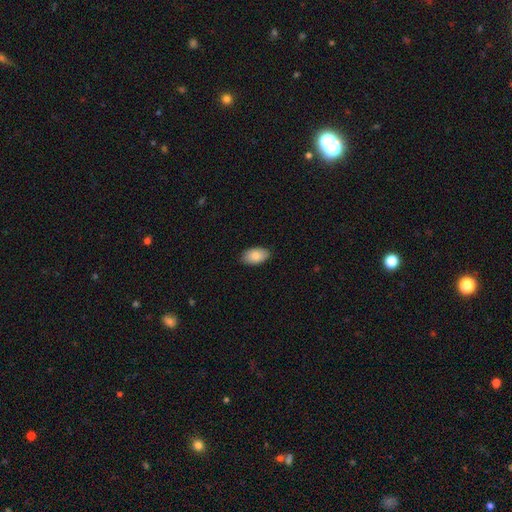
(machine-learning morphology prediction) Overall: smooth (85%). How rounded: in between (94%). Merging: none (87%).